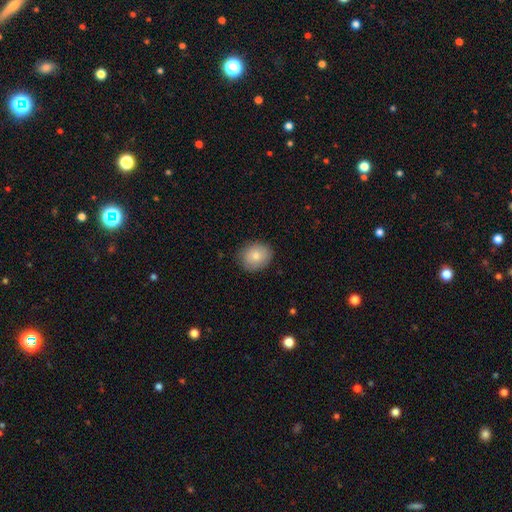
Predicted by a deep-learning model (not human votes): A smooth galaxy with no disk features (81%) that is round (60%).

Vote fractions:
- Smooth or featured? smooth: 81% / featured or disk: 11% / star or artifact: 8%
- How rounded? round: 60% / in between: 39% / cigar-shaped: 1%
- Merging? none: 84% / minor disturbance: 12% / major disturbance: 3% / merger: 1%